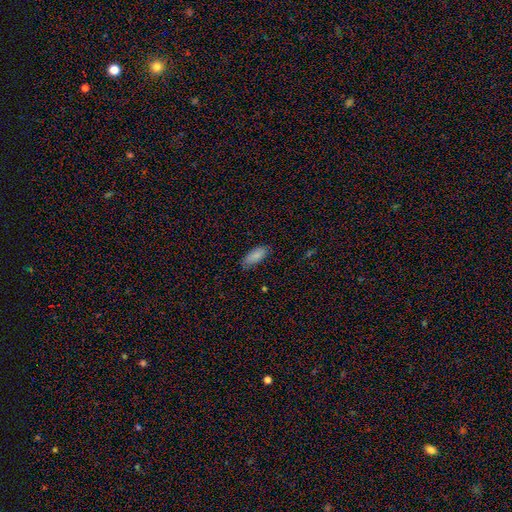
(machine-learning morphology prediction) This is clearly a smooth galaxy (86%). How rounded: clearly in between (84%). Merging: likely none (80%).